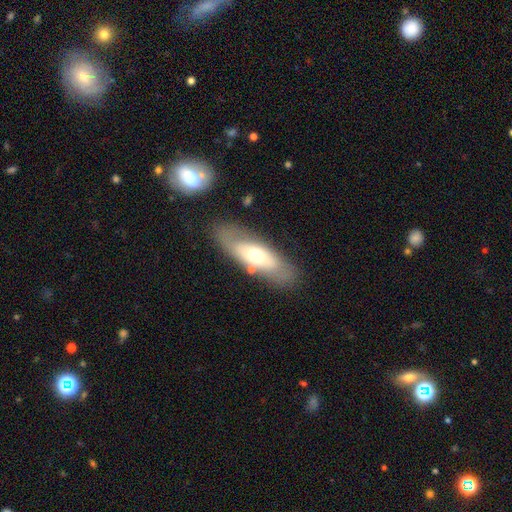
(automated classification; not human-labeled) This is possibly a smooth galaxy (49%). Merging: likely none (76%).